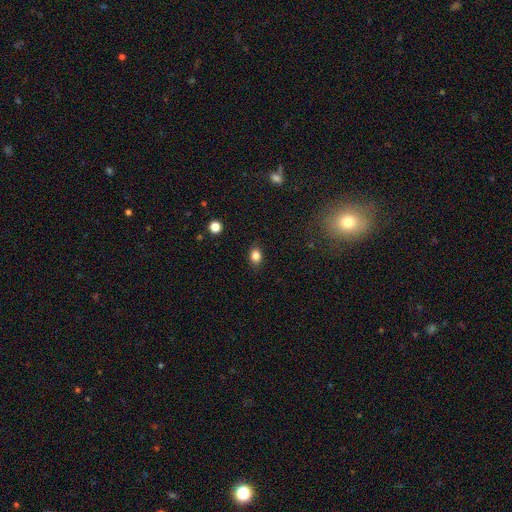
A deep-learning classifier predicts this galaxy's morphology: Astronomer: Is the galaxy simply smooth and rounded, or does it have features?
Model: smooth — 84%.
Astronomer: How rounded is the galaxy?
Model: in between — 70%.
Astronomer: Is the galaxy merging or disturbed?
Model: none — 85%.